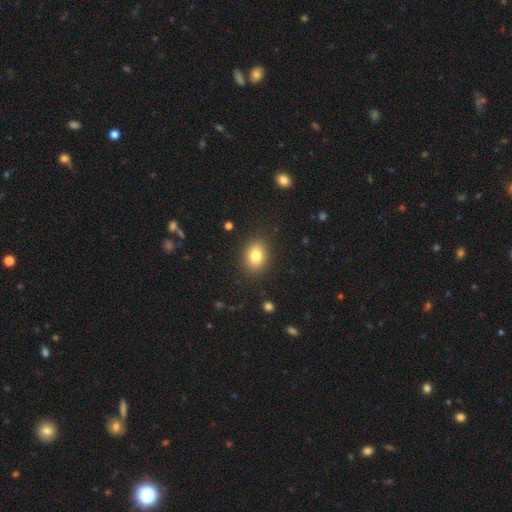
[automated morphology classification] Smooth or featured? smooth (82%)
How rounded? in between (61%)
Merging? none (88%)